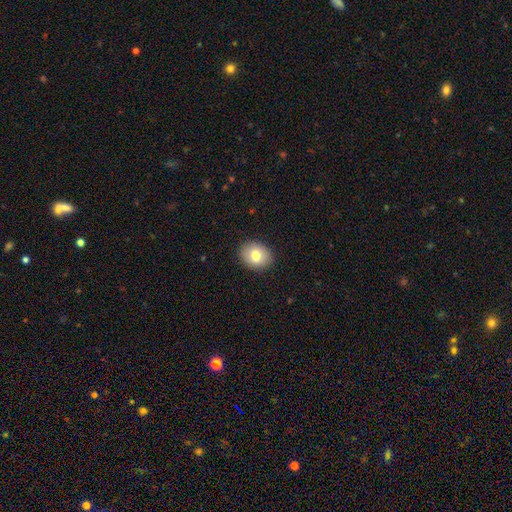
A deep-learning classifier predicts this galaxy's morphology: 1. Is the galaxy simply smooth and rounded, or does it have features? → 77% smooth, 14% featured or disk, 8% star or artifact.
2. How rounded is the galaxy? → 54% in between, 45% round, 1% cigar-shaped.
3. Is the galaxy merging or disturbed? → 90% none, 8% minor disturbance, 2% major disturbance, 1% merger.